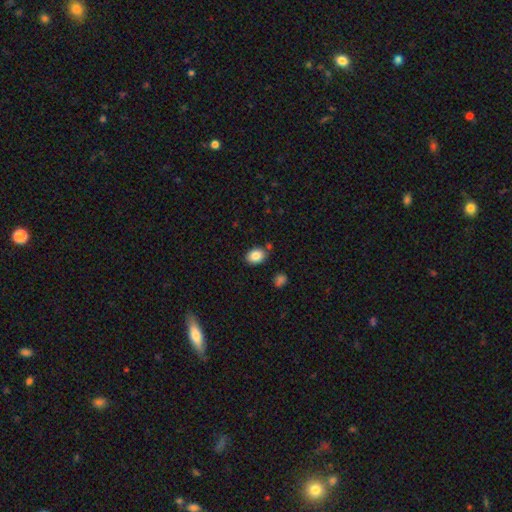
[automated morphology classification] A smooth galaxy with no disk features (86%) that is in between round and cigar-shaped (64%).

Vote fractions:
- Smooth or featured? smooth: 86% / star or artifact: 9% / featured or disk: 6%
- How rounded? in between: 64% / round: 35% / cigar-shaped: 1%
- Merging? none: 81% / minor disturbance: 11% / merger: 5% / major disturbance: 3%